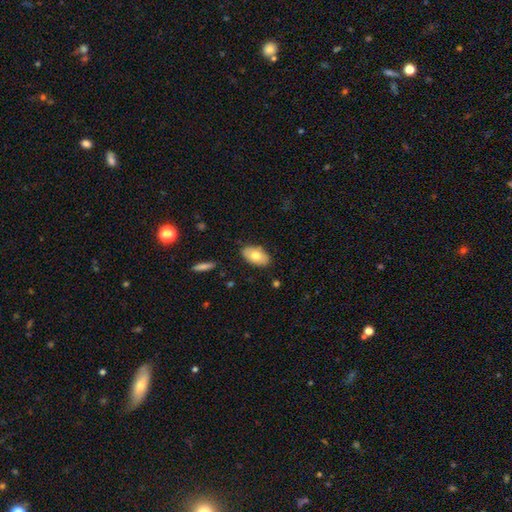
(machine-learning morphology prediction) Smooth or featured?
  - smooth: 71% *
  - featured or disk: 22%
  - star or artifact: 6%
How rounded?
  - in between: 94% *
  - round: 5%
  - cigar-shaped: 2%
Merging?
  - none: 84% *
  - minor disturbance: 12%
  - major disturbance: 2%
  - merger: 1%